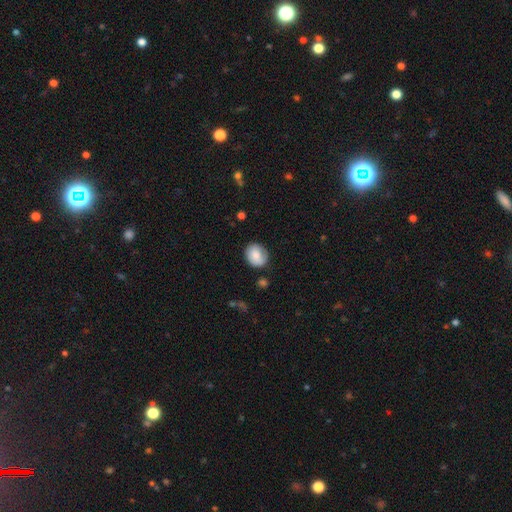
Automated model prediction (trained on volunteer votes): Morphology: type=smooth (79%); roundness=round (64%); merging=none (74%).